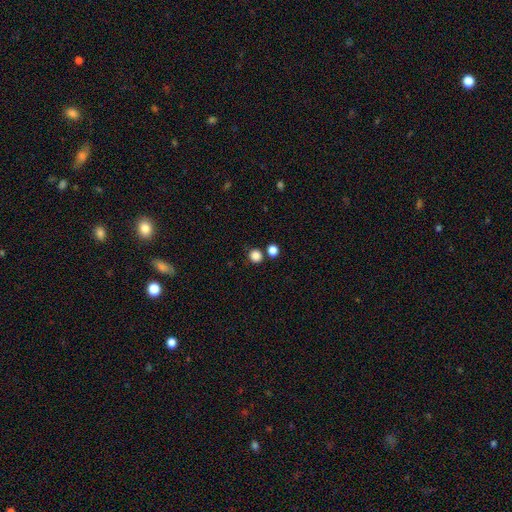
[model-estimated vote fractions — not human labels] Morphology: type=smooth (84%); roundness=round (88%); merging=none (76%).